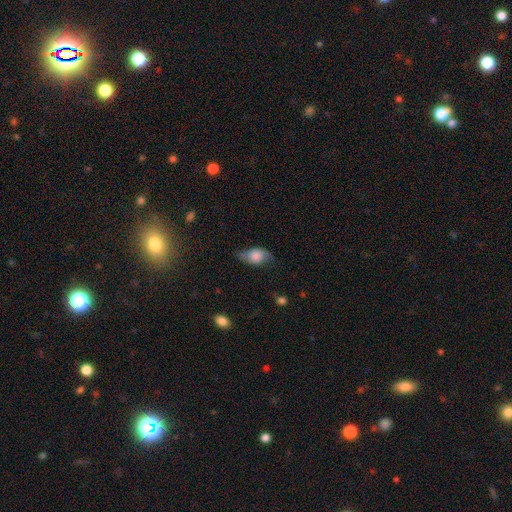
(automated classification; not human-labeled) Morphology: type=smooth (52%); roundness=in between (79%); merging=none (60%).